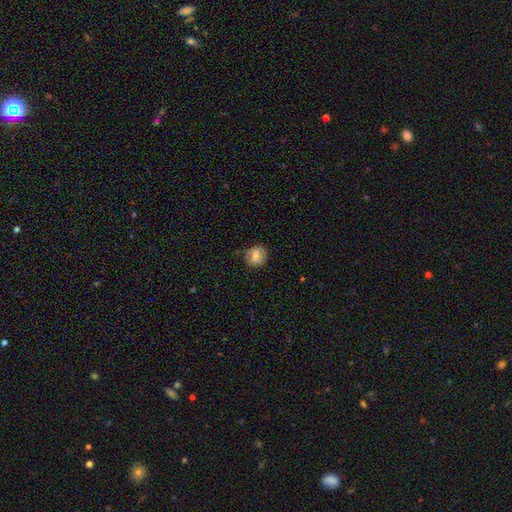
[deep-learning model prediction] A smooth galaxy with no disk features (68%) that is round (85%).

Vote fractions:
- Smooth or featured? smooth: 68% / featured or disk: 24% / star or artifact: 9%
- How rounded? round: 85% / in between: 14% / cigar-shaped: 1%
- Merging? none: 80% / minor disturbance: 15% / major disturbance: 3% / merger: 1%